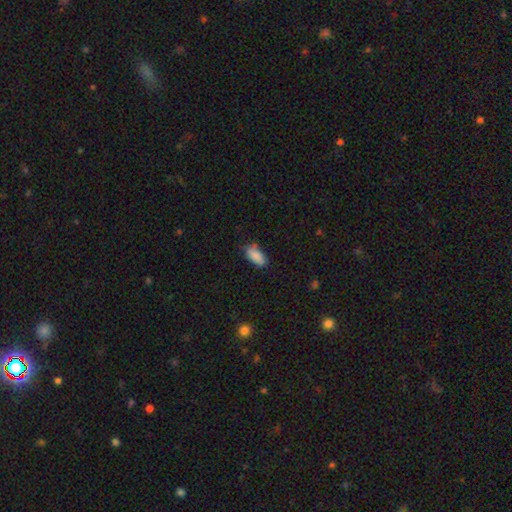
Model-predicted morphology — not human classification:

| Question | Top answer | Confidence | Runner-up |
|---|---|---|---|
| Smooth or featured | smooth | 87% | star or artifact (7%) |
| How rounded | in between | 88% | cigar-shaped (10%) |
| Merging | none | 73% | minor disturbance (21%) |